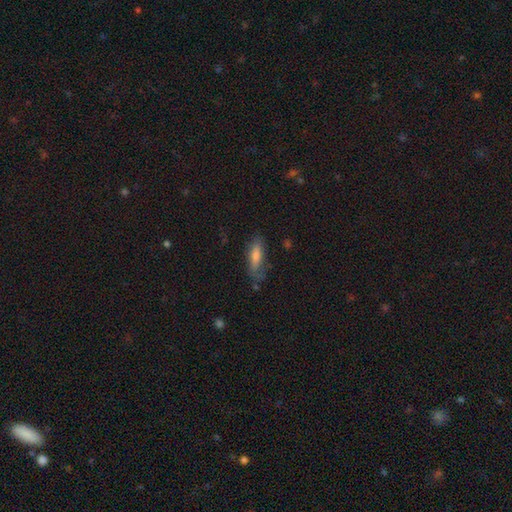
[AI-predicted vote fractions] Morphology: type=smooth (63%); roundness=cigar-shaped (55%); merging=none (67%).